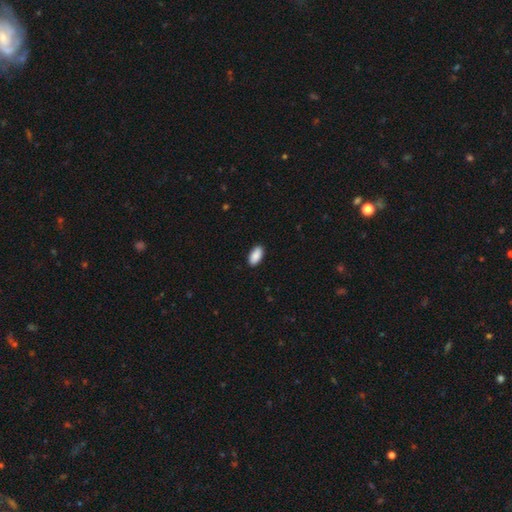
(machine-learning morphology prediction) smooth-or-featured: smooth: 89% | star or artifact: 6% | featured or disk: 5%
  how-rounded: in between: 94% | cigar-shaped: 4% | round: 2%
  merging: none: 89% | minor disturbance: 8% | major disturbance: 2% | merger: 1%